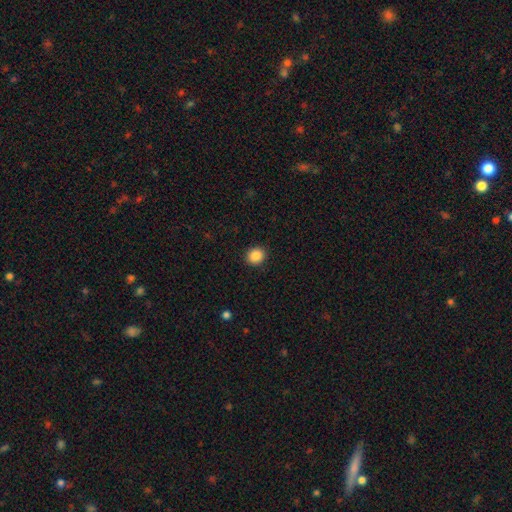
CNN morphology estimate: The model was most divided on "how rounded": round: 83%, in between: 16%, cigar-shaped: 1%. More confident: merging — none (92%); smooth or featured — smooth (87%).